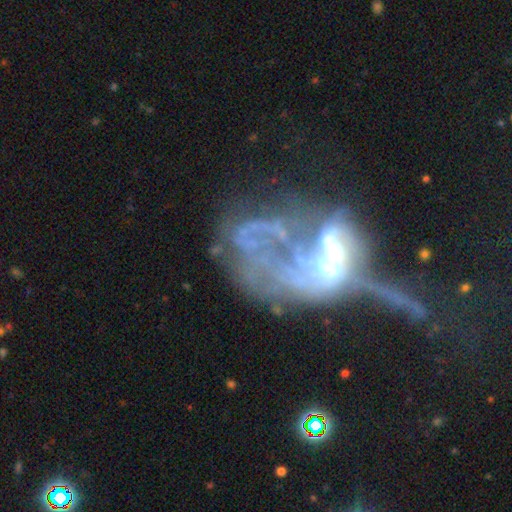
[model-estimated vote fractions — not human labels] This is likely a featured or disk galaxy (66%). It is clearly not viewed edge-on (93%). Bar: likely no (78%). Spiral arm pattern: likely no (72%). Central bulge: marginally moderate (40%). Merging: possibly merger (46%).